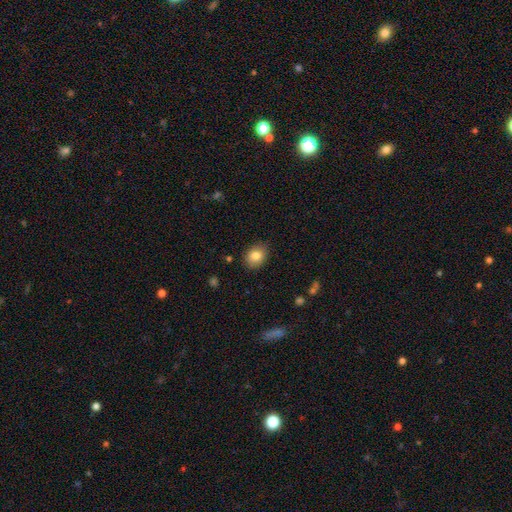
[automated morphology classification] type=smooth (83%); roundness=in between (58%); merging=none (85%).